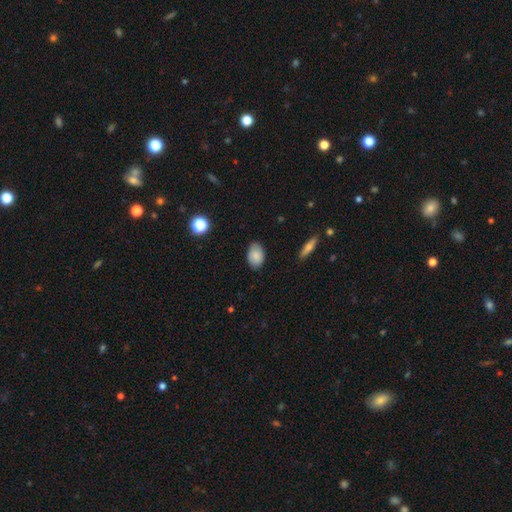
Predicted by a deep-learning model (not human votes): A smooth galaxy with no disk features (82%) that is in between round and cigar-shaped (87%). Merging: none (81%).